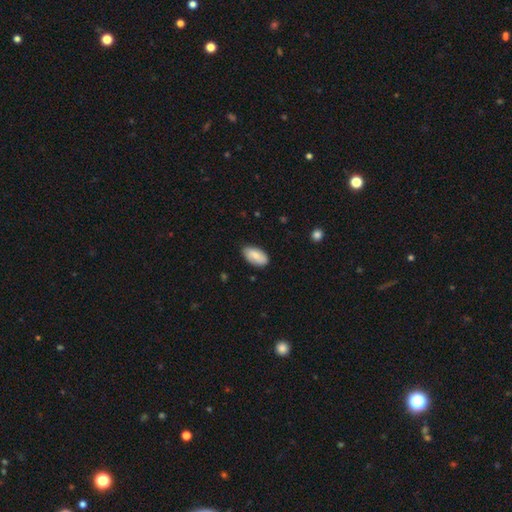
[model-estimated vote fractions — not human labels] Overall: smooth (72%). How rounded: in between (94%). Merging: none (80%).